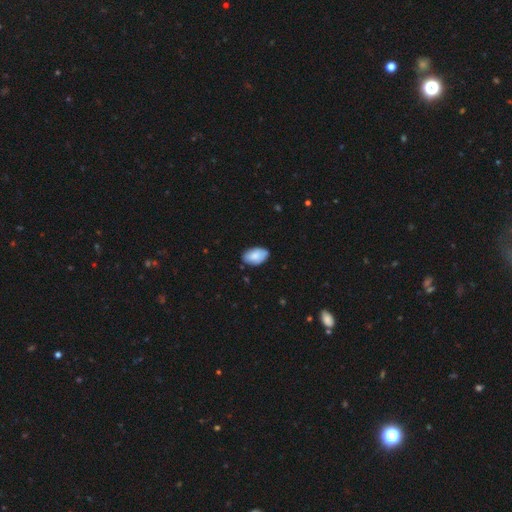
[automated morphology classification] Smooth or featured: smooth — 82% (featured or disk — 12%)
How rounded: in between — 93% (round — 6%)
Merging: none — 77% (minor disturbance — 19%)